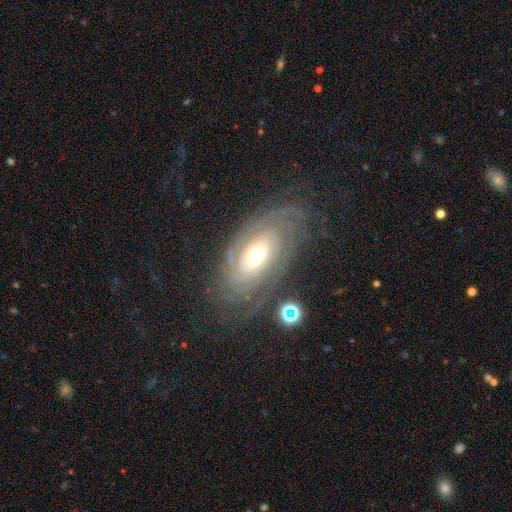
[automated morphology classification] A featured or disk galaxy (85%) with no bar (73%), tight (79%) spiral arms (94%) and a moderate central bulge (67%). Merging: none (73%).